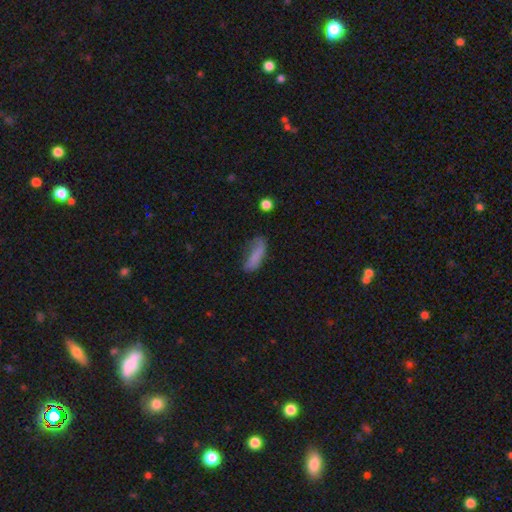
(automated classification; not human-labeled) A smooth galaxy with no disk features (73%) that is in between round and cigar-shaped (58%).

Vote fractions:
- Smooth or featured? smooth: 73% / featured or disk: 17% / star or artifact: 10%
- How rounded? in between: 58% / cigar-shaped: 39% / round: 3%
- Merging? none: 44% / minor disturbance: 32% / major disturbance: 20% / merger: 4%